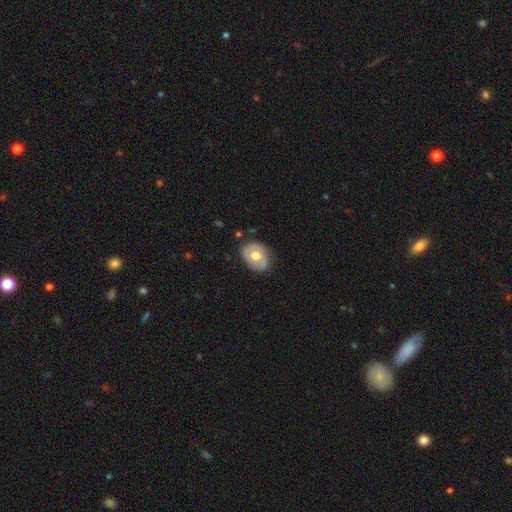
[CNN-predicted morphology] smooth_or_featured: featured or disk (p=0.52) [alt: smooth p=0.42]
disk_edge_on: no (p=0.95) [alt: yes p=0.05]
merging: none (p=0.74) [alt: minor disturbance p=0.19]